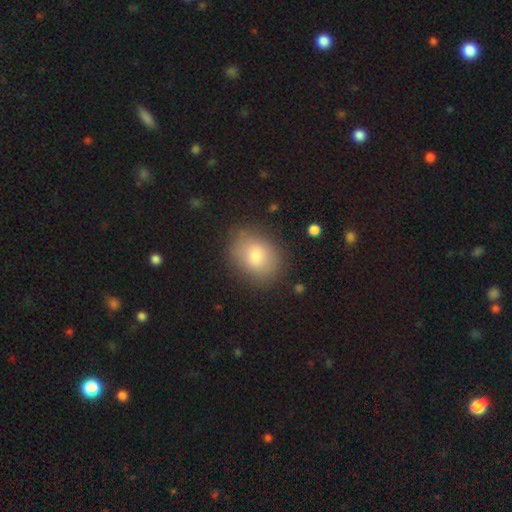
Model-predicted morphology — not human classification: smooth 79%, featured or disk 12%, star or artifact 8%. Down the decision tree: how rounded — in between (56%); merging — none (82%).